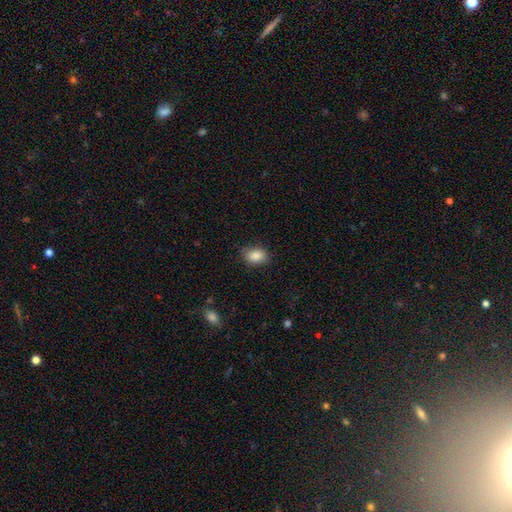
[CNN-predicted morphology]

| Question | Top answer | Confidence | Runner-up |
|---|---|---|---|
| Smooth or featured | smooth | 88% | star or artifact (8%) |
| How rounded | in between | 73% | round (26%) |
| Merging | none | 81% | minor disturbance (15%) |